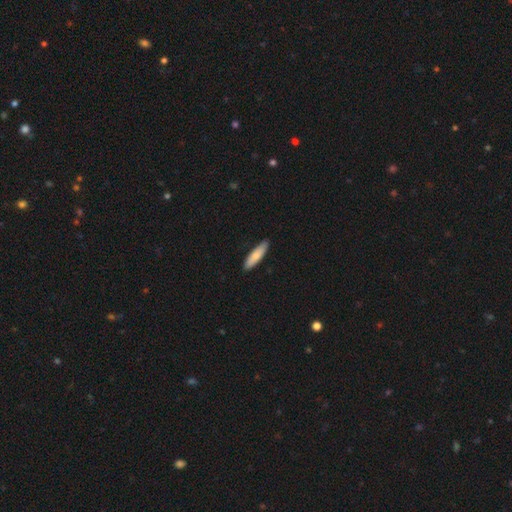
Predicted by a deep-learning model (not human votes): Overall: smooth (77%). How rounded: cigar-shaped (71%). Merging: none (89%).